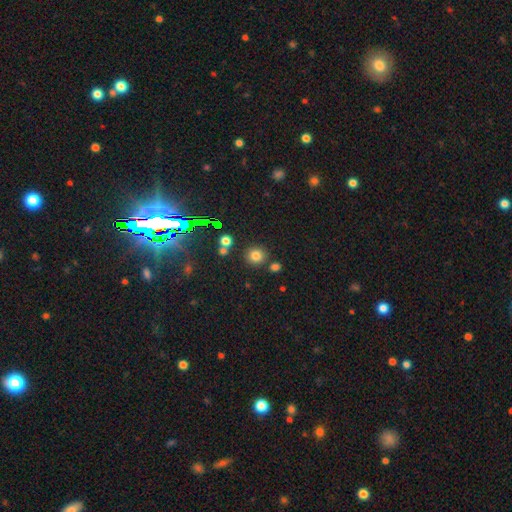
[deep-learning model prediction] Overall: smooth (76%). How rounded: round (90%). Merging: none (81%).